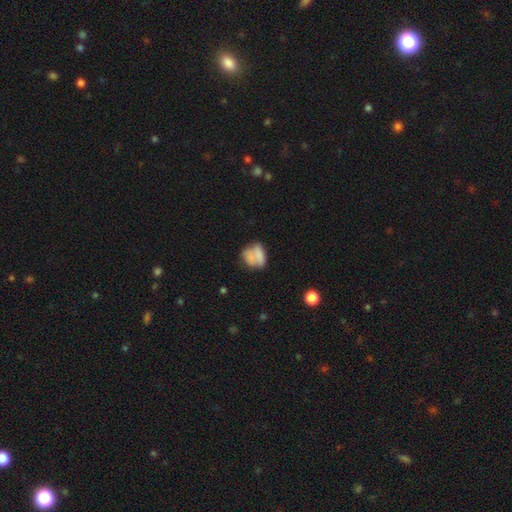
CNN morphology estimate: Overall: smooth (63%; featured or disk 28%). How rounded: in between (50%; round 48%). Merging: none (43%; minor disturbance 25%).